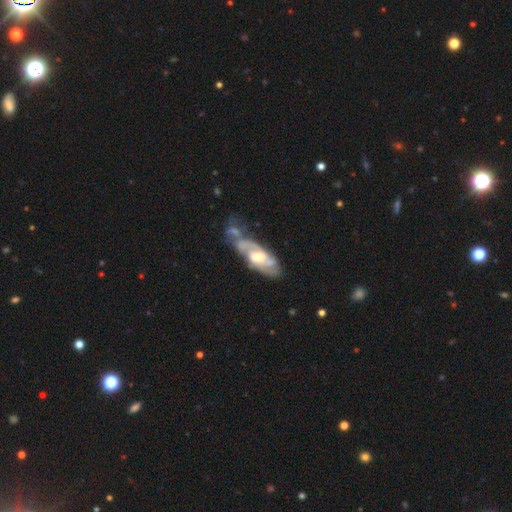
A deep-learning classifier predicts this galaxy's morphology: This is likely a featured or disk galaxy (77%). It is clearly not viewed edge-on (86%). Bar: possibly no (50%). Spiral arm pattern: clearly yes (83%). Spiral arm count: possibly 2 (56%). Spiral winding: marginally medium (42%). Central bulge: likely moderate (62%). Merging: marginally none (42%).